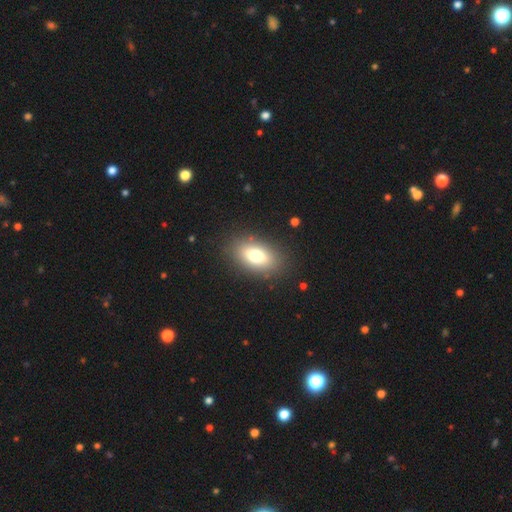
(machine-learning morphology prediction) The model was most divided on "smooth or featured": smooth: 74%, featured or disk: 16%, star or artifact: 10%. More confident: how rounded — in between (87%); merging — none (86%).